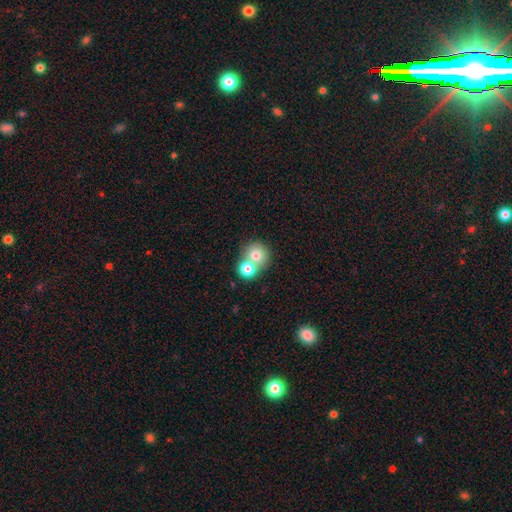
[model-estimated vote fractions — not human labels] Smooth or featured? Predicted: smooth (p=0.75). How rounded? Predicted: round (p=0.85). Merging? Predicted: merger (p=0.56).